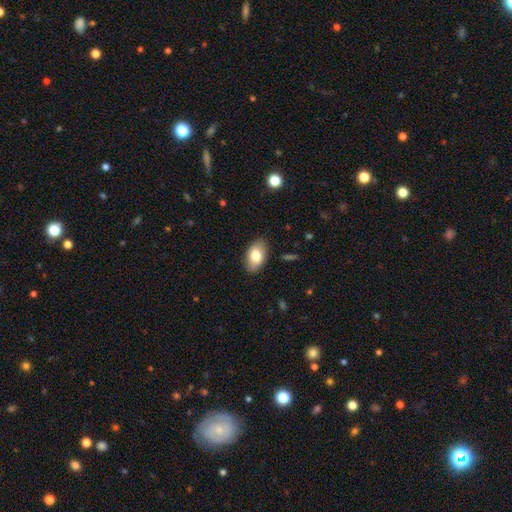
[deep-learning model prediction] Smooth or featured: smooth — 78% (featured or disk — 16%)
How rounded: in between — 92% (round — 6%)
Merging: none — 87% (minor disturbance — 10%)